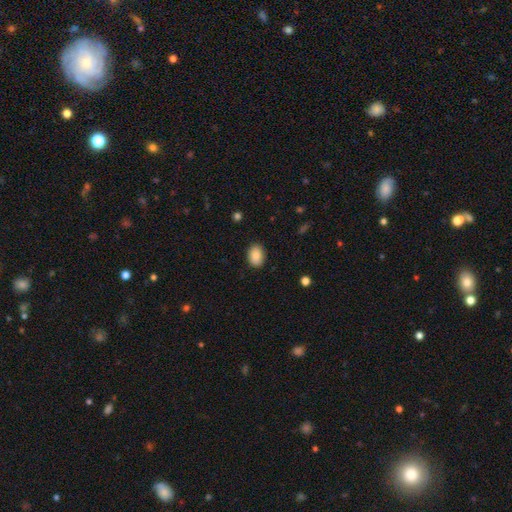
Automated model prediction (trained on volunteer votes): smooth-or-featured: smooth: 86% | star or artifact: 8% | featured or disk: 6%
  how-rounded: in between: 78% | round: 21% | cigar-shaped: 1%
  merging: none: 88% | minor disturbance: 9% | major disturbance: 2% | merger: 1%